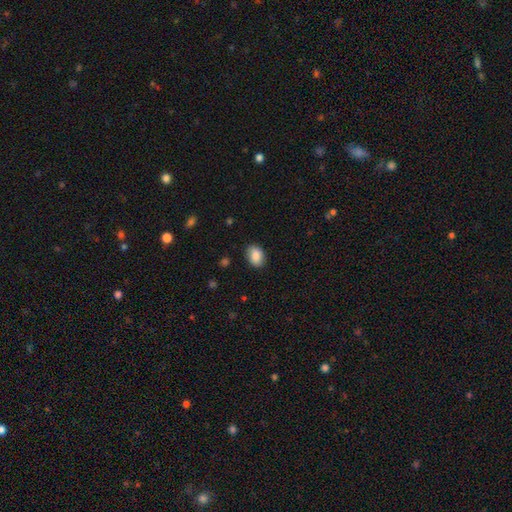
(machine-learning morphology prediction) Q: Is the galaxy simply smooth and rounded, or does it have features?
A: smooth — 88%.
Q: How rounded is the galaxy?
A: in between — 79%.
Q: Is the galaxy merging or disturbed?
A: none — 86%.